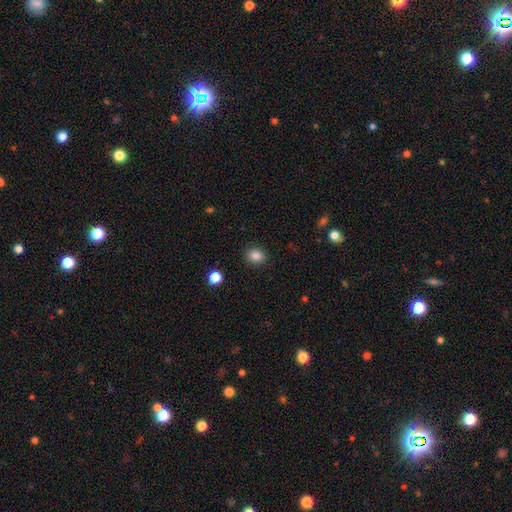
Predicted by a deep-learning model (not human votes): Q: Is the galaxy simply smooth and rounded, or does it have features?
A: smooth — 84%.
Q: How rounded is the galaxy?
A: round — 72%.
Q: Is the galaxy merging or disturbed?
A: none — 90%.